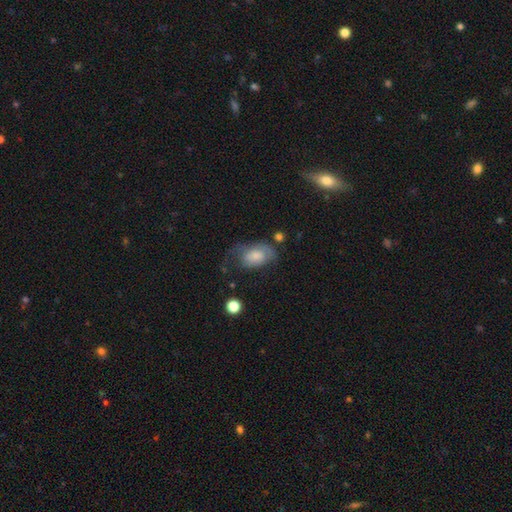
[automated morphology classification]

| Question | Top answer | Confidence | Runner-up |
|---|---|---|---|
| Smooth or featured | smooth | 57% | featured or disk (35%) |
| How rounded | in between | 89% | round (10%) |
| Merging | none | 34% | major disturbance (32%) |